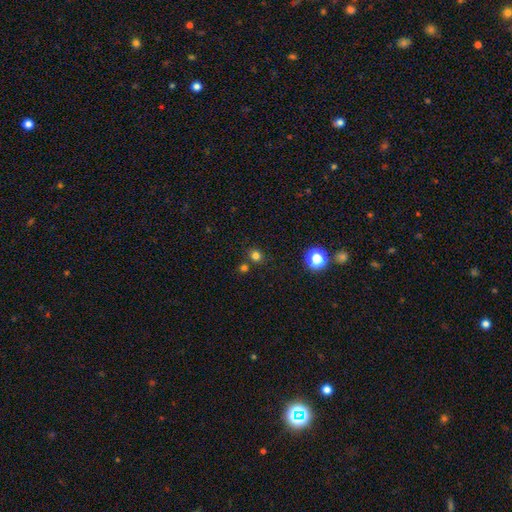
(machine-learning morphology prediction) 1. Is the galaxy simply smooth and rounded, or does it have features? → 77% smooth, 18% star or artifact, 5% featured or disk.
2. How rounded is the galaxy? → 84% round, 15% in between, 1% cigar-shaped.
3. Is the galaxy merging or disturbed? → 77% none, 12% merger, 8% minor disturbance, 3% major disturbance.